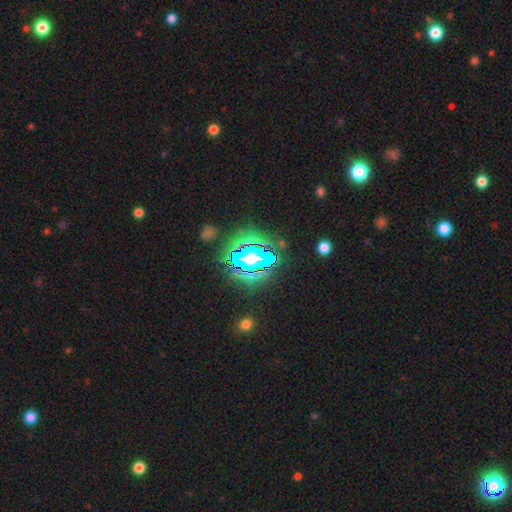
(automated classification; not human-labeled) This appears to be a star or artifact, not a galaxy (68%).